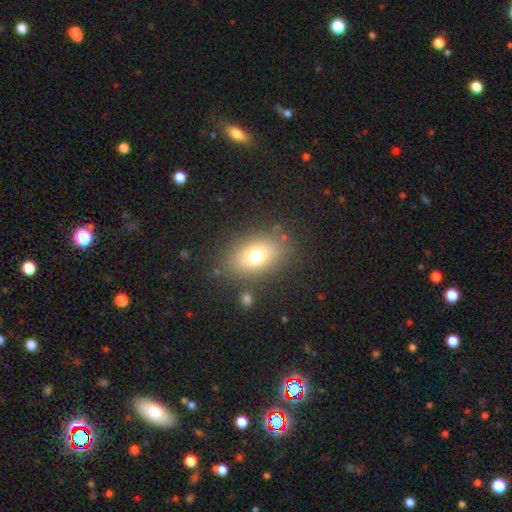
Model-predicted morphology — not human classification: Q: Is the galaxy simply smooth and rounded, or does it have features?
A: smooth — 71%.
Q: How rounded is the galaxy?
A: in between — 77%.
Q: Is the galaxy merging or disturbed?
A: none — 82%.